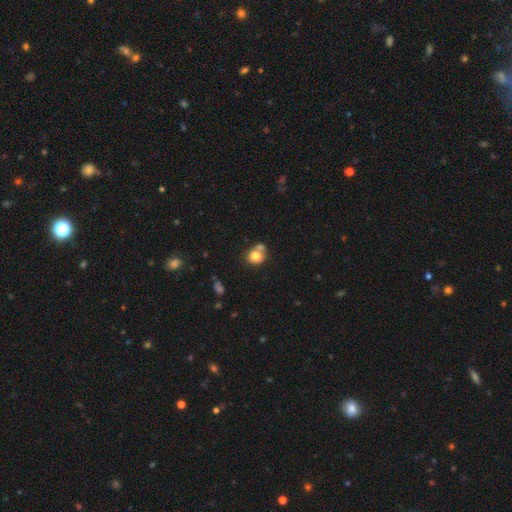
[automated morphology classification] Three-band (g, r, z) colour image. It shows a smooth galaxy with no disk features (79%) that is round (72%). Merging: none (50%).